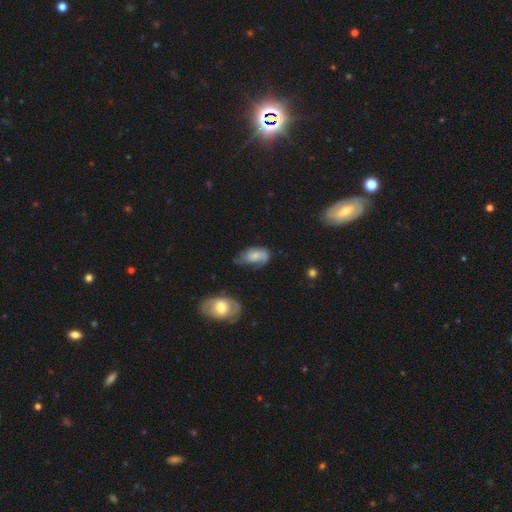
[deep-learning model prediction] Smooth or featured? smooth (51%)
How rounded? in between (89%)
Merging? none (37%, tied with minor disturbance)